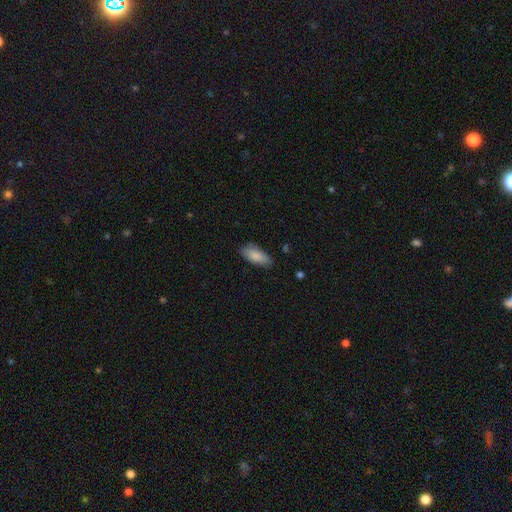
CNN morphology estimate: Smooth or featured? smooth (87%)
How rounded? in between (83%)
Merging? none (78%)